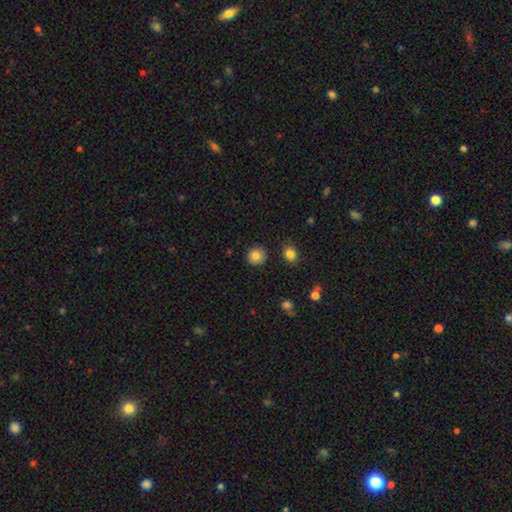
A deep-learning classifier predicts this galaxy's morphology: Smooth or featured? smooth (84%)
How rounded? round (90%)
Merging? none (87%)